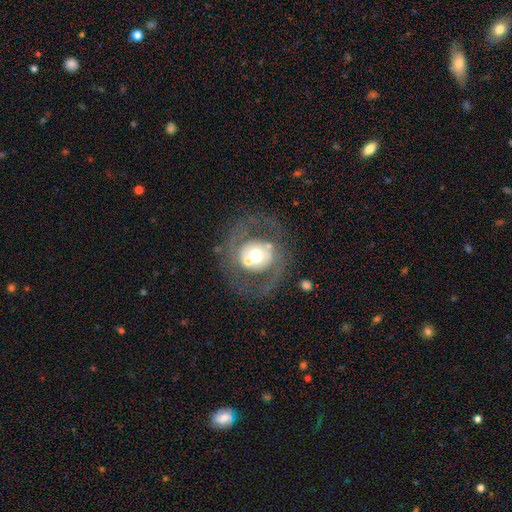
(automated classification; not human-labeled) smooth-or-featured: featured or disk: 69% | smooth: 23% | star or artifact: 8%
  disk-edge-on: no: 97% | yes: 3%
    bar: no: 71% | weak: 20% | strong: 9%
    has-spiral-arms: yes: 62% | no: 38%
    bulge-size: moderate: 60% | large: 26% | small: 8% | dominant: 5% | none: 1%
  merging: none: 65% | major disturbance: 14% | minor disturbance: 13% | merger: 8%